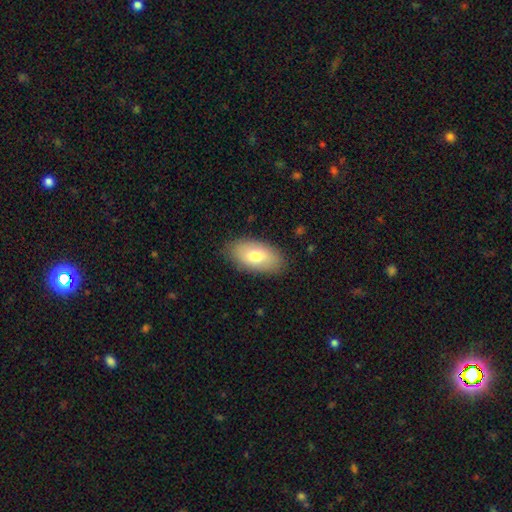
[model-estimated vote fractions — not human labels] smooth-or-featured: smooth: 73% | featured or disk: 21% | star or artifact: 6%
  how-rounded: in between: 94% | round: 4% | cigar-shaped: 3%
  merging: none: 85% | minor disturbance: 11% | major disturbance: 3% | merger: 1%